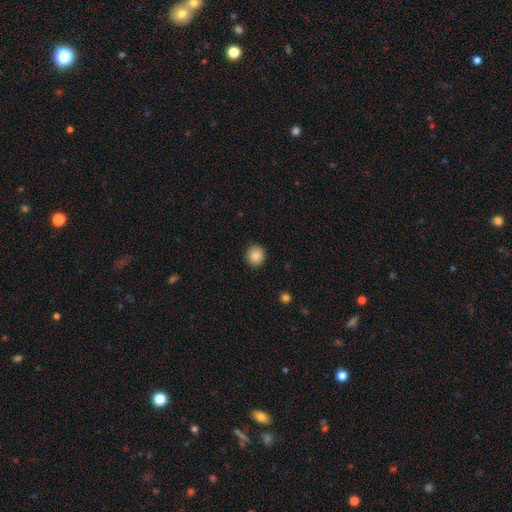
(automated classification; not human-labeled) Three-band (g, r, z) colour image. It shows a smooth galaxy with no disk features (86%) that is round (90%). Merging: none (92%).